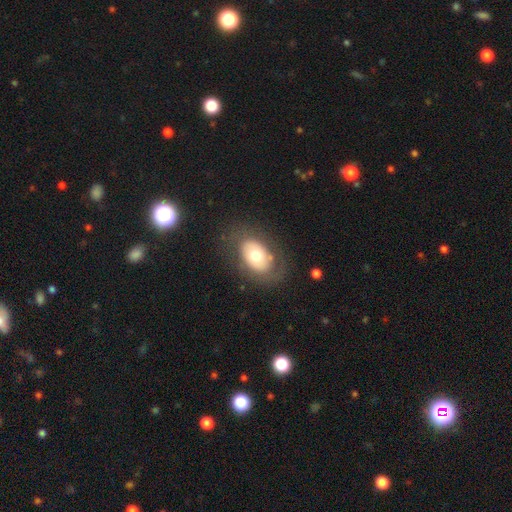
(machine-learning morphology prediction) Smooth or featured? smooth (60%)
How rounded? in between (83%)
Merging? none (73%)